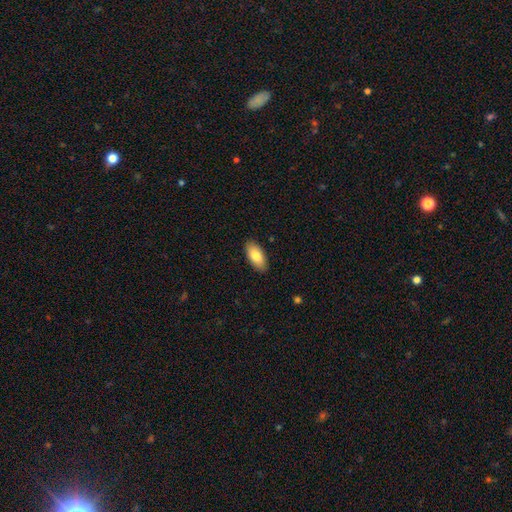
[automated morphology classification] Q: Smooth or featured?
A: smooth (83%); runner-up: featured or disk (11%)
Q: How rounded?
A: in between (91%); runner-up: cigar-shaped (6%)
Q: Merging?
A: none (88%); runner-up: minor disturbance (9%)